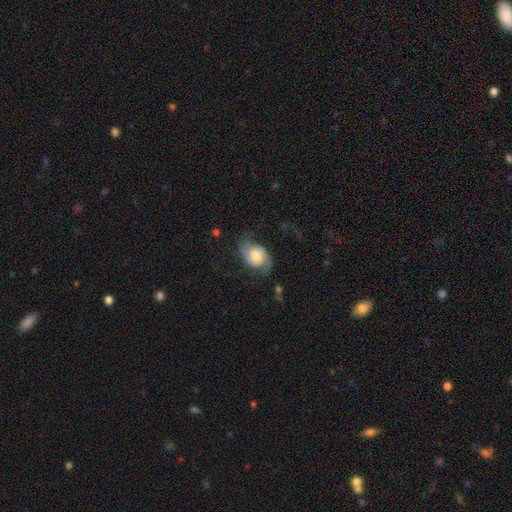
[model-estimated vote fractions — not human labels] Overall: featured or disk (70%). Edge-on disk: no (97%). Bar: no (66%; weak 29%). Spiral arms: yes (93%). Spiral arm count: 2 (89%). Spiral winding: medium (45%; loose 34%). Bulge size: moderate (46%; large 25%). Merging: none (65%).